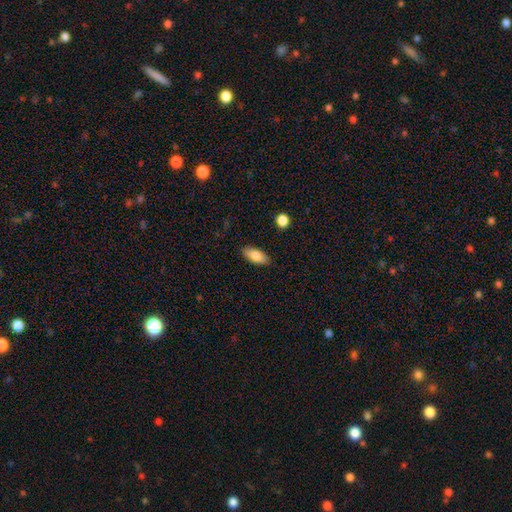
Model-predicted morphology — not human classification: Q: Smooth or featured?
A: smooth (82%); runner-up: featured or disk (11%)
Q: How rounded?
A: in between (85%); runner-up: cigar-shaped (12%)
Q: Merging?
A: none (86%); runner-up: minor disturbance (10%)